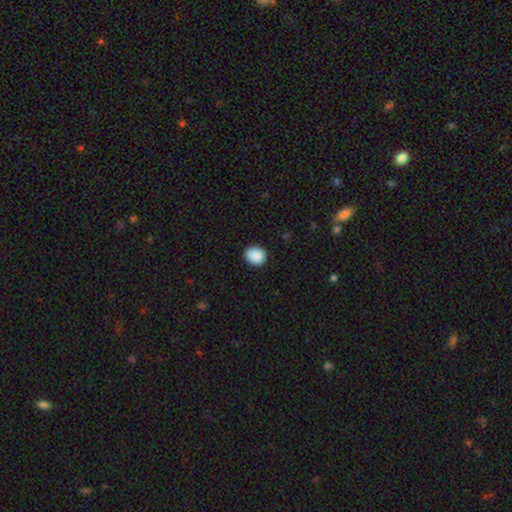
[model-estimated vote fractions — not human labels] This appears to be a smooth galaxy with no disk features (89%) that is round (68%). Merging: none (86%).